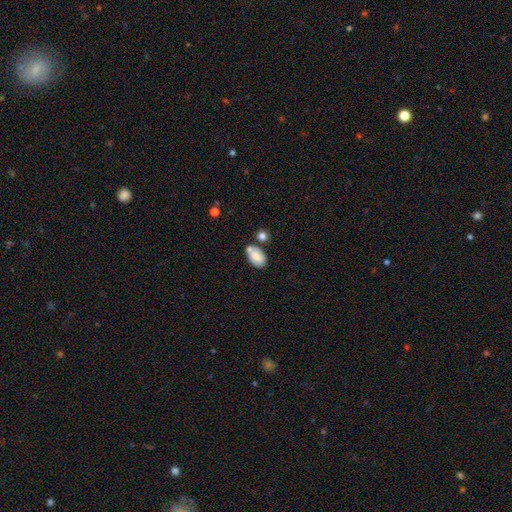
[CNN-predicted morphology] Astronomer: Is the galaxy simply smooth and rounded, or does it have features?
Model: smooth — 74%.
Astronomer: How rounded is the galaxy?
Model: in between — 93%.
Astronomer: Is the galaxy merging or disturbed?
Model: none — 54%.